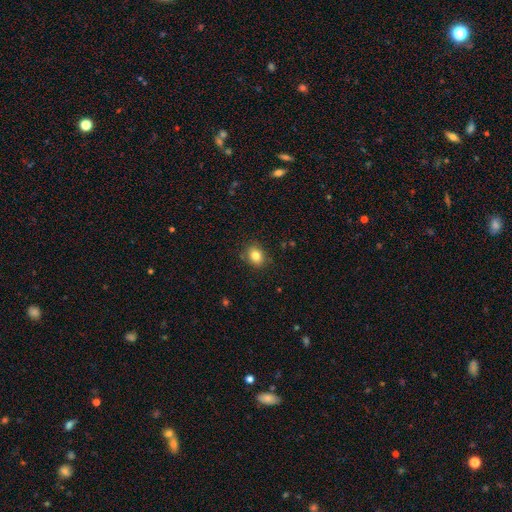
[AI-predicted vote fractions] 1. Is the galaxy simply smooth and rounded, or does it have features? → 82% smooth, 10% star or artifact, 7% featured or disk.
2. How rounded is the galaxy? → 51% round, 48% in between, 1% cigar-shaped.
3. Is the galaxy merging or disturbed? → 83% none, 12% minor disturbance, 3% major disturbance, 1% merger.